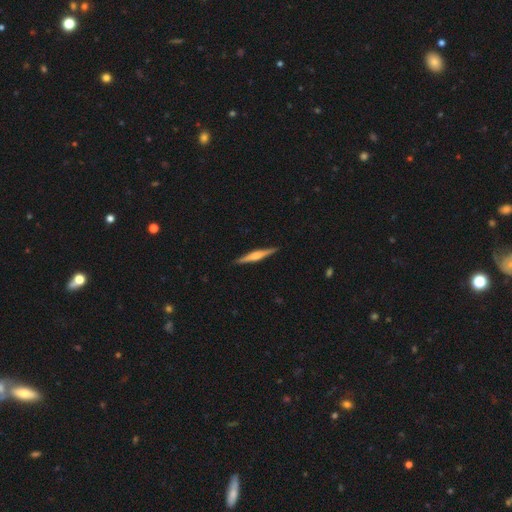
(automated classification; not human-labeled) smooth-or-featured: featured or disk: 67% | smooth: 28% | star or artifact: 5%
  disk-edge-on: yes: 98% | no: 2%
    edge-on-bulge: rounded: 72% | boxy: 18% | none: 10%
  merging: none: 91% | minor disturbance: 6% | major disturbance: 1% | merger: 1%